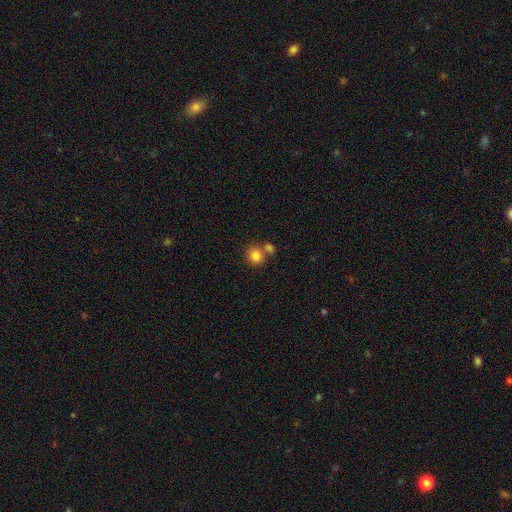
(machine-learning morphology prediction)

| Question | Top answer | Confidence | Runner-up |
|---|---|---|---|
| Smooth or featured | smooth | 83% | star or artifact (10%) |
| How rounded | round | 85% | in between (14%) |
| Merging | none | 56% | merger (31%) |